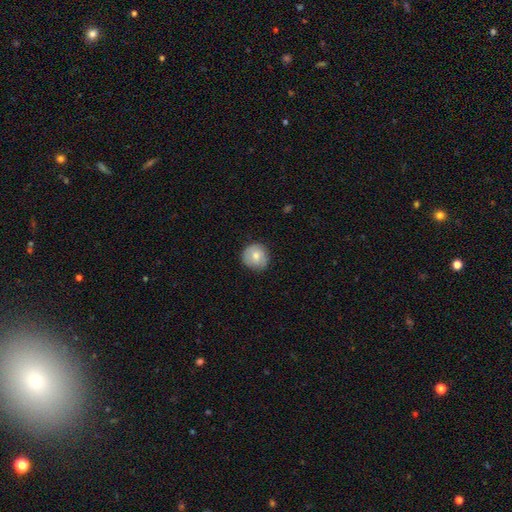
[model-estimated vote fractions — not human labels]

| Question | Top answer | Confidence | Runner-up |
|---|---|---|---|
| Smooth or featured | smooth | 71% | featured or disk (22%) |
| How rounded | round | 91% | in between (8%) |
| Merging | none | 81% | minor disturbance (15%) |